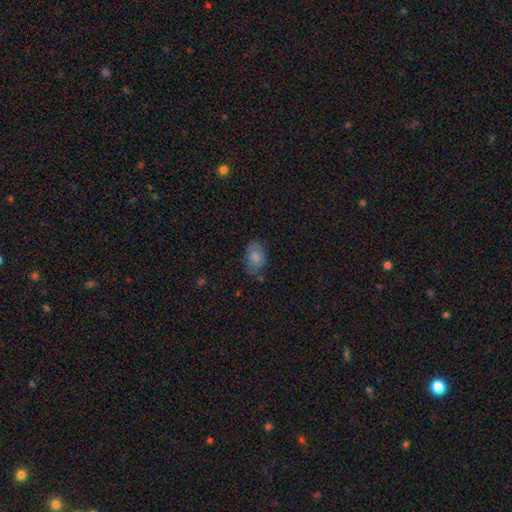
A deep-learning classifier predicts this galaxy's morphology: smooth-or-featured: smooth: 72% | featured or disk: 16% | star or artifact: 12%
  how-rounded: in between: 82% | round: 17% | cigar-shaped: 2%
  merging: none: 71% | minor disturbance: 21% | major disturbance: 5% | merger: 2%